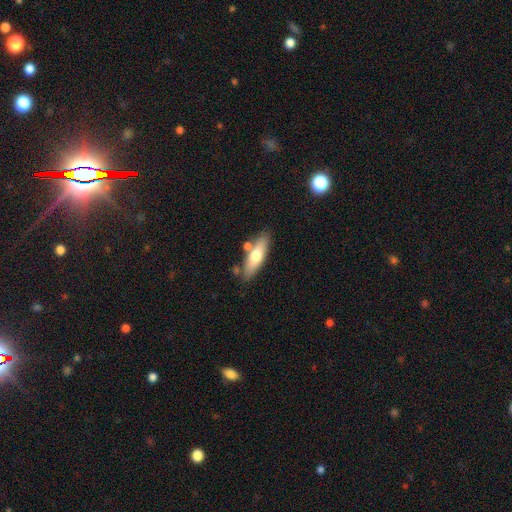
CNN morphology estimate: Smooth or featured? Predicted: smooth (p=0.61). How rounded? Predicted: cigar-shaped (p=0.50). Merging? Predicted: none (p=0.75).